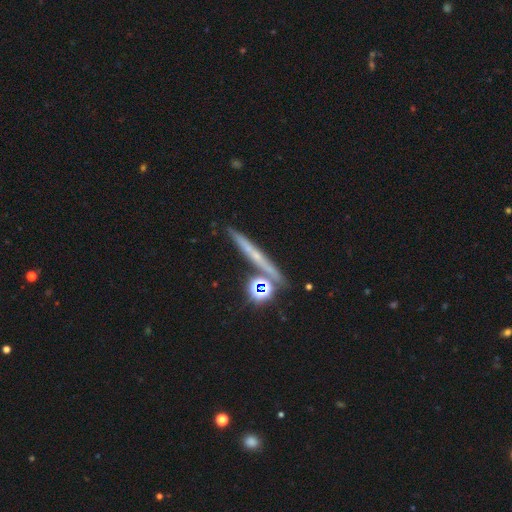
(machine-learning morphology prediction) Q: Smooth or featured?
A: featured or disk (44%); runner-up: smooth (29%)
Q: Merging?
A: none (77%); runner-up: minor disturbance (10%)